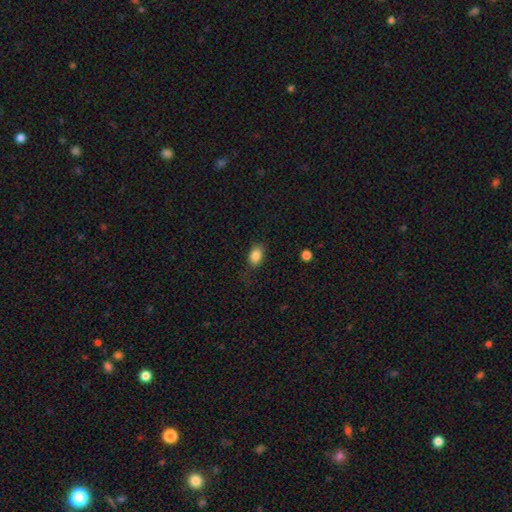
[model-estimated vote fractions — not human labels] The model was most divided on "merging": none: 75%, minor disturbance: 17%, major disturbance: 6%, merger: 1%. More confident: smooth or featured — smooth (86%); how rounded — in between (82%).